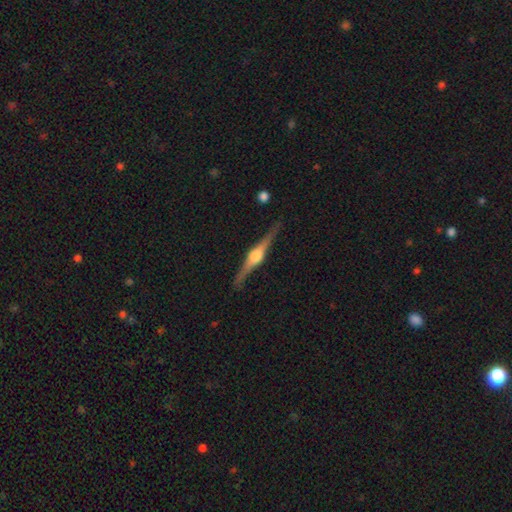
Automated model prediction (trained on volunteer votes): A featured or disk galaxy (86%) viewed edge-on (98%) with a rounded central bulge (93%). Merging: none (89%).